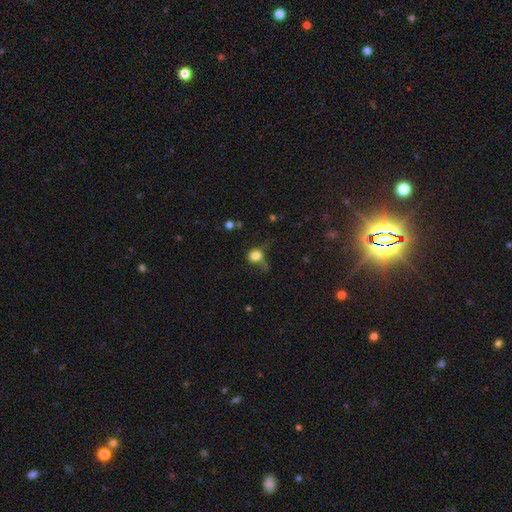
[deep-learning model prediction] Smooth or featured?
  - smooth: 79% *
  - star or artifact: 12%
  - featured or disk: 9%
How rounded?
  - round: 70% *
  - in between: 29%
  - cigar-shaped: 1%
Merging?
  - none: 38% *
  - major disturbance: 27%
  - minor disturbance: 26%
  - merger: 9%